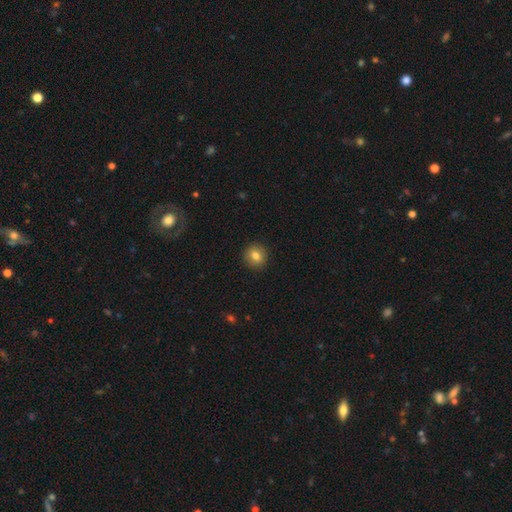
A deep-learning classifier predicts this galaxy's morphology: Q: Smooth or featured?
A: smooth (79%); runner-up: featured or disk (11%)
Q: How rounded?
A: round (82%); runner-up: in between (17%)
Q: Merging?
A: none (91%); runner-up: minor disturbance (6%)